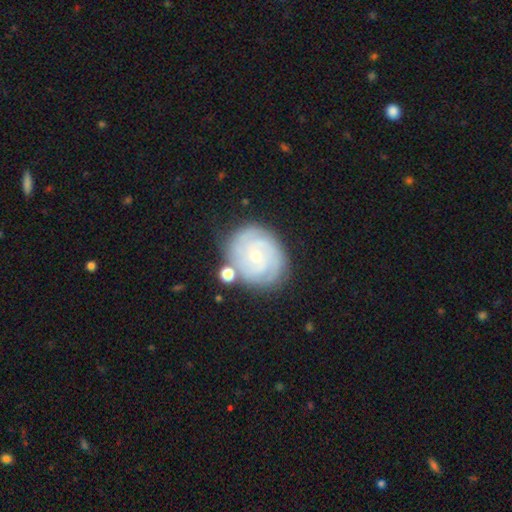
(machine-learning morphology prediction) type=featured or disk (81%); edge-on=no (98%); bar=no (76%); spiral arms=yes (95%); winding=tight (78%); arm count=3 (28%); bulge=small (67%); merging=none (75%).